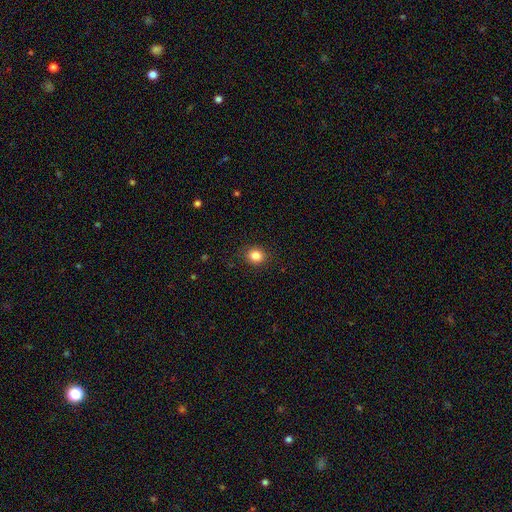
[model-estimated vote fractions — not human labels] The model was most divided on "how rounded": round: 77%, in between: 22%, cigar-shaped: 1%. More confident: merging — none (89%); smooth or featured — smooth (85%).